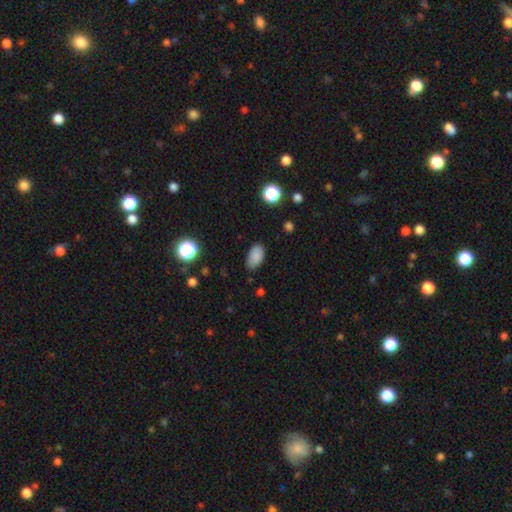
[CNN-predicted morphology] Smooth or featured?
  - smooth: 85% *
  - star or artifact: 10%
  - featured or disk: 5%
How rounded?
  - in between: 92% *
  - round: 6%
  - cigar-shaped: 2%
Merging?
  - none: 79% *
  - minor disturbance: 16%
  - major disturbance: 3%
  - merger: 1%